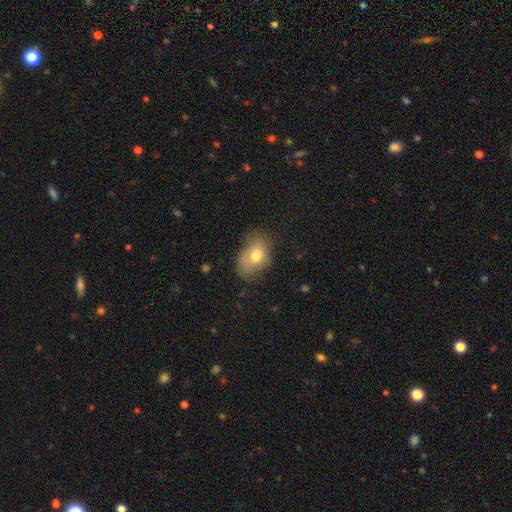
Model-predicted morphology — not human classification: type=smooth (73%); roundness=in between (81%); merging=none (52%).